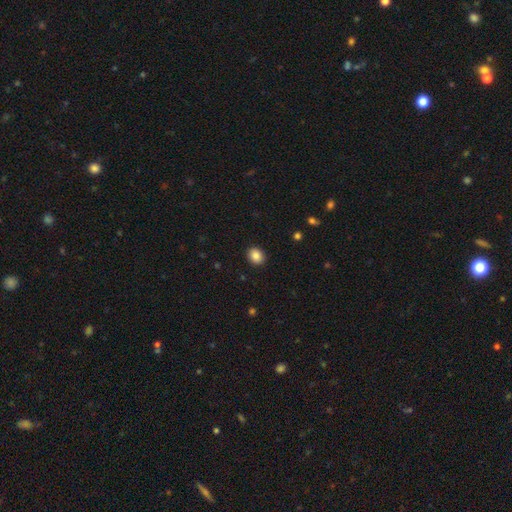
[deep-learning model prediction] Smooth or featured: smooth — 87% (star or artifact — 9%)
How rounded: round — 55% (in between — 44%)
Merging: none — 91% (minor disturbance — 6%)